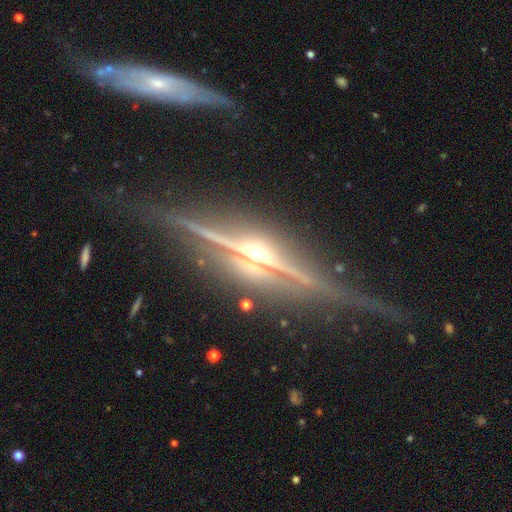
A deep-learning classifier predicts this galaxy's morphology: type=featured or disk (89%); edge-on=yes (97%); edge-on bulge=rounded (93%); merging=none (85%).